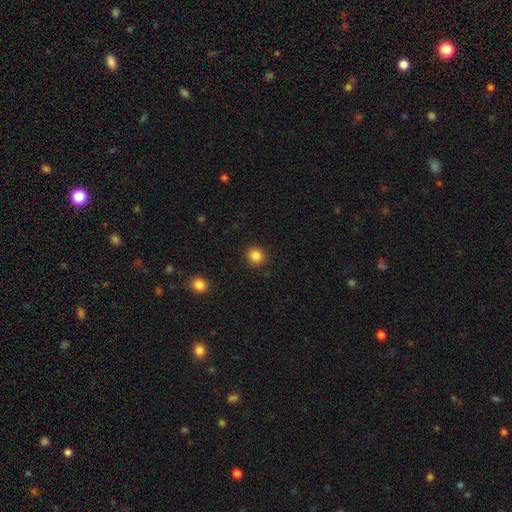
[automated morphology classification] Smooth or featured? smooth (86%)
How rounded? round (90%)
Merging? none (91%)